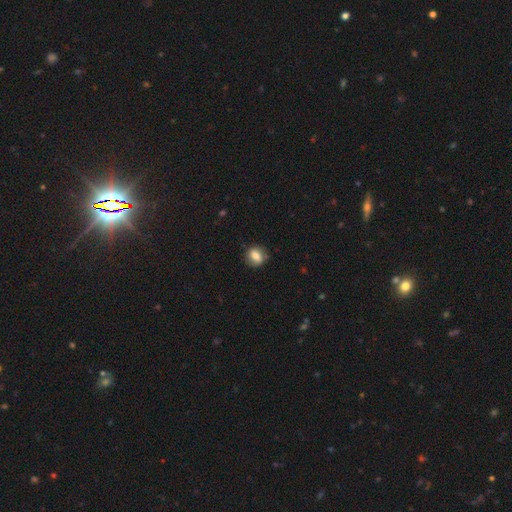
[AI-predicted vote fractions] This is likely a smooth galaxy (78%). How rounded: possibly round (54%). Merging: likely none (76%).